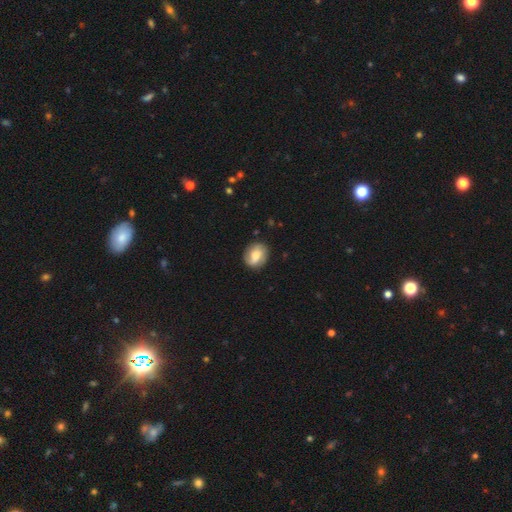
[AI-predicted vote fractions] This appears to be a smooth galaxy with no disk features (63%) that is round (57%). Merging: none (79%).